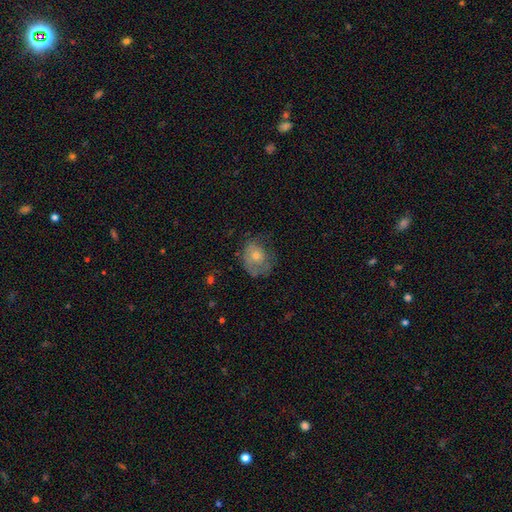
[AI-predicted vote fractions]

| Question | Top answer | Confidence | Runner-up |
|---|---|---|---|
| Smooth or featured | smooth | 47% | featured or disk (42%) |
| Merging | none | 55% | minor disturbance (27%) |